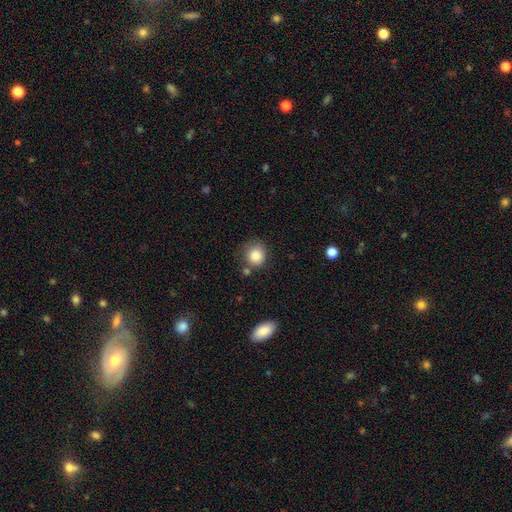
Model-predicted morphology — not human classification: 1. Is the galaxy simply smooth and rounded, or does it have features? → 86% smooth, 9% star or artifact, 5% featured or disk.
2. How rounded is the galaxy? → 87% round, 12% in between, 1% cigar-shaped.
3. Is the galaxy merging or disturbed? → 67% none, 19% minor disturbance, 8% merger, 6% major disturbance.